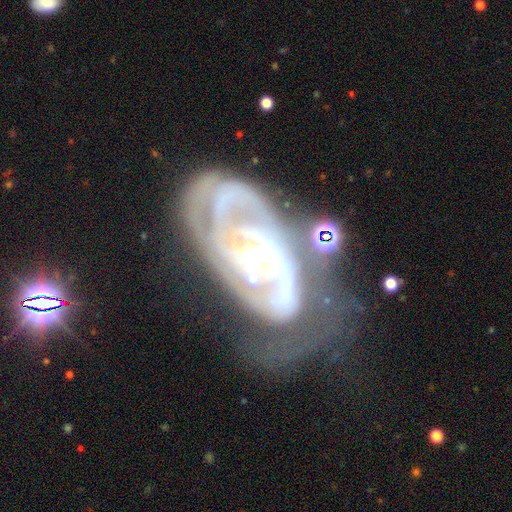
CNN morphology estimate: Smooth or featured: featured or disk — 88% (smooth — 6%)
Edge-on disk: no — 96% (yes — 4%)
Bar: no — 63% (weak — 24%)
Spiral arms: yes — 91% (no — 9%)
Spiral winding: tight — 65% (medium — 27%)
Spiral arm count: 2 — 36% (can't tell — 29%)
Bulge size: moderate — 70% (small — 16%)
Merging: none — 42% (major disturbance — 26%)